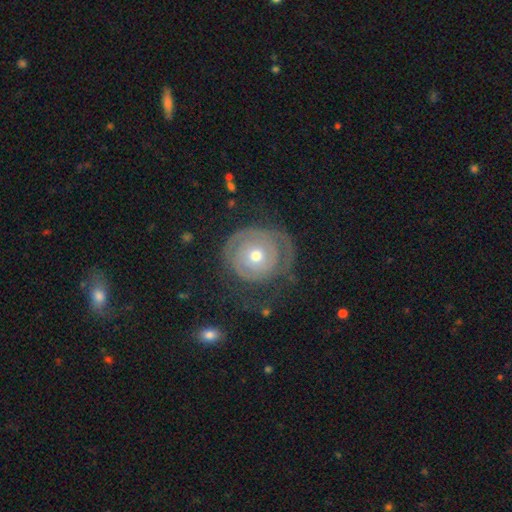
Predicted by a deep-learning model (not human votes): A featured or disk galaxy (63%) with no bar (85%), spiral arms (67%) and a moderate central bulge (60%). Merging: none (54%).